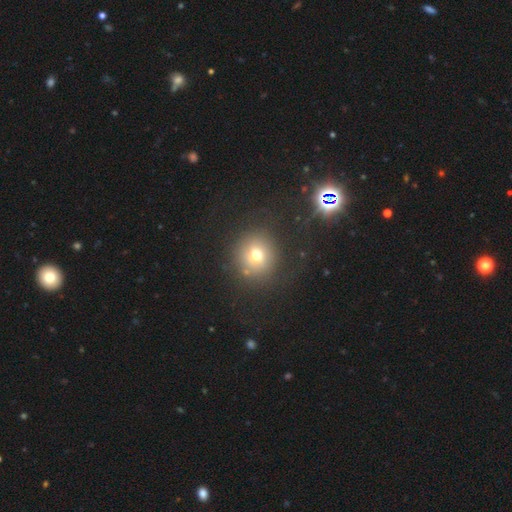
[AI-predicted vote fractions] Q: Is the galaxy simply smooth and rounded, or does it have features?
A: smooth — 68%.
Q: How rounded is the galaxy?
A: round — 90%.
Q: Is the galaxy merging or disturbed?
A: none — 82%.